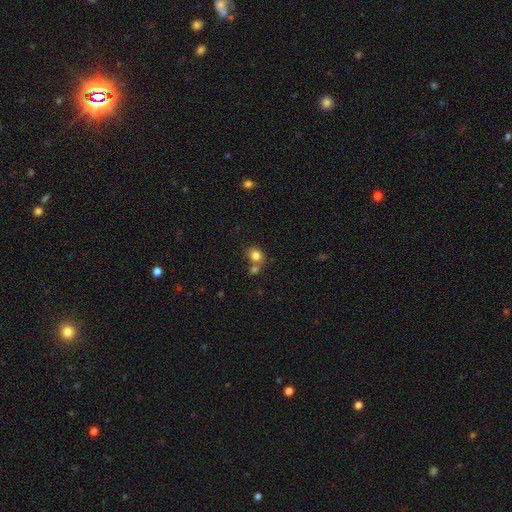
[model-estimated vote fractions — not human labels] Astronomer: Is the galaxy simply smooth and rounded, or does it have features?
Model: smooth — 81%.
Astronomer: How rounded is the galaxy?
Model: round — 68%.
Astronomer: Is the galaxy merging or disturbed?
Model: none — 48% (runner-up: merger, 37%).